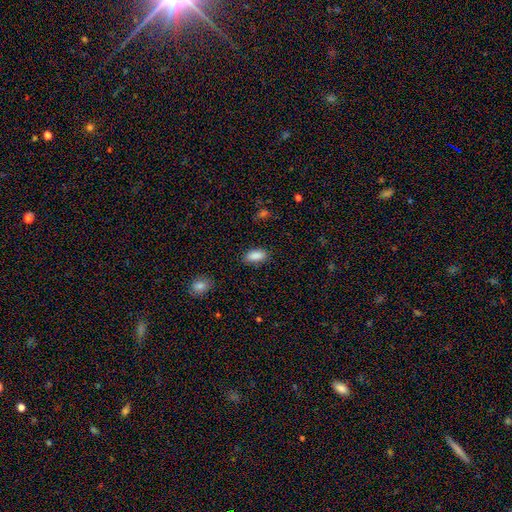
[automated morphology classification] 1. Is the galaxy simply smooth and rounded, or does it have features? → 89% smooth, 8% star or artifact, 4% featured or disk.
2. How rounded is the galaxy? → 91% in between, 7% cigar-shaped, 3% round.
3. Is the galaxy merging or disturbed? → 86% none, 10% minor disturbance, 3% major disturbance, 1% merger.